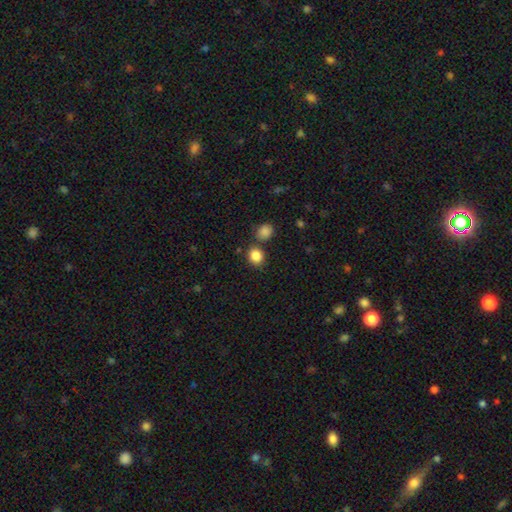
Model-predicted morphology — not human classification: Smooth or featured? smooth (86%)
How rounded? round (70%)
Merging? none (74%)